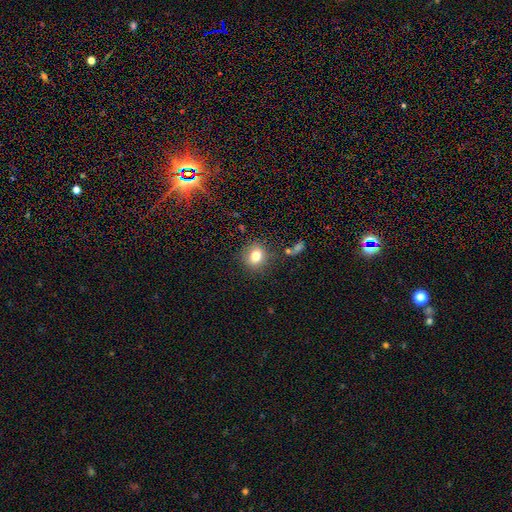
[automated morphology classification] Smooth or featured?
  - smooth: 79% *
  - star or artifact: 12%
  - featured or disk: 9%
How rounded?
  - round: 75% *
  - in between: 24%
  - cigar-shaped: 1%
Merging?
  - none: 83% *
  - minor disturbance: 11%
  - major disturbance: 3%
  - merger: 3%